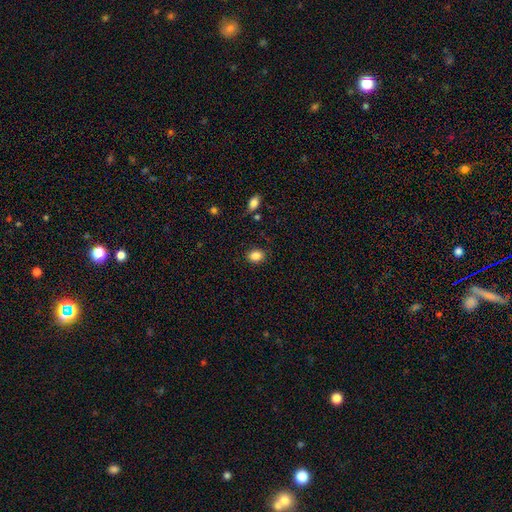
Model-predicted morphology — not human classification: A smooth galaxy with no disk features (86%) that is in between round and cigar-shaped (53%).

Vote fractions:
- Smooth or featured? smooth: 86% / star or artifact: 9% / featured or disk: 5%
- How rounded? in between: 53% / round: 46% / cigar-shaped: 1%
- Merging? none: 86% / minor disturbance: 10% / major disturbance: 3% / merger: 1%